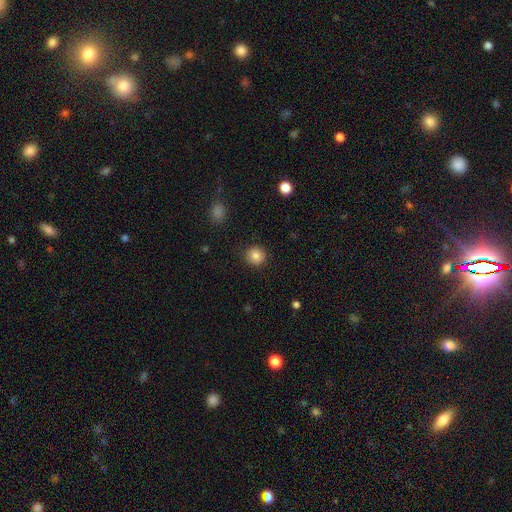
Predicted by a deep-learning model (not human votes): Smooth or featured? smooth (84%)
How rounded? round (91%)
Merging? none (91%)